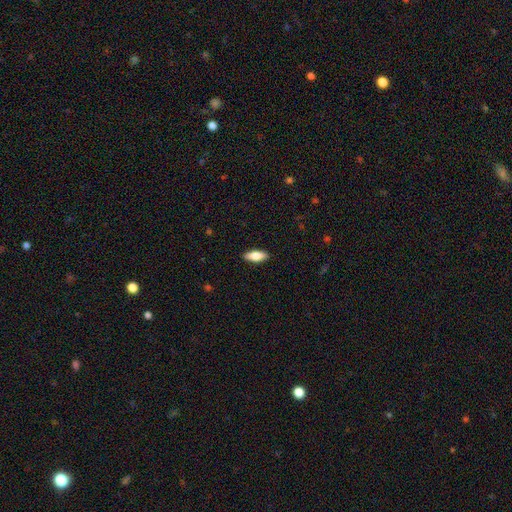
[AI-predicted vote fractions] Smooth or featured? Predicted: smooth (p=0.76). How rounded? Predicted: in between (p=0.73). Merging? Predicted: none (p=0.89).